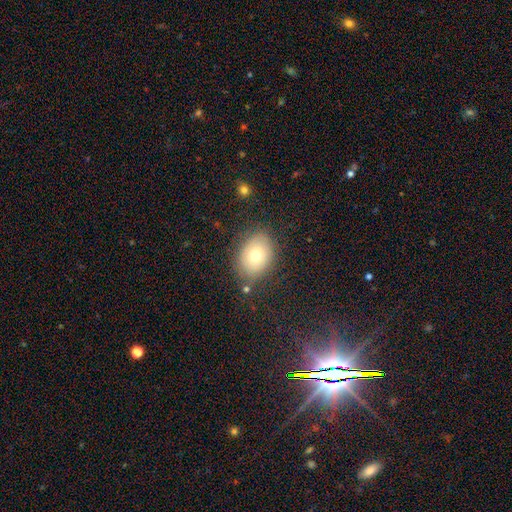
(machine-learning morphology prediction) A smooth galaxy with no disk features (71%) that is in between round and cigar-shaped (71%).

Vote fractions:
- Smooth or featured? smooth: 71% / featured or disk: 19% / star or artifact: 11%
- How rounded? in between: 71% / round: 28% / cigar-shaped: 1%
- Merging? none: 80% / minor disturbance: 13% / major disturbance: 4% / merger: 2%